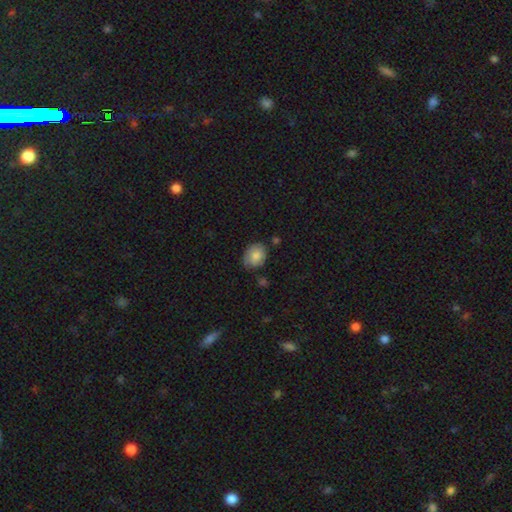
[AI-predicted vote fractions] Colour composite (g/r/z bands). It shows a smooth galaxy with no disk features (79%) that is in between round and cigar-shaped (59%). Merging: none (64%).